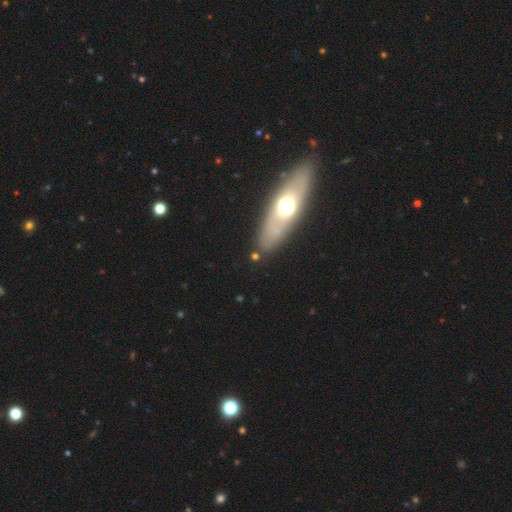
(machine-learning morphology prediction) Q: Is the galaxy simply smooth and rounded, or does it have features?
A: featured or disk — 47%.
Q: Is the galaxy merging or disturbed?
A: none — 83%.